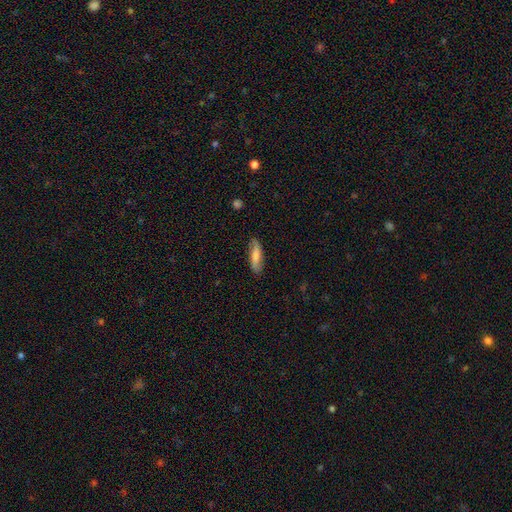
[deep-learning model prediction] The model was most divided on "how rounded": cigar-shaped: 65%, in between: 33%, round: 2%. More confident: merging — none (81%); smooth or featured — smooth (71%).